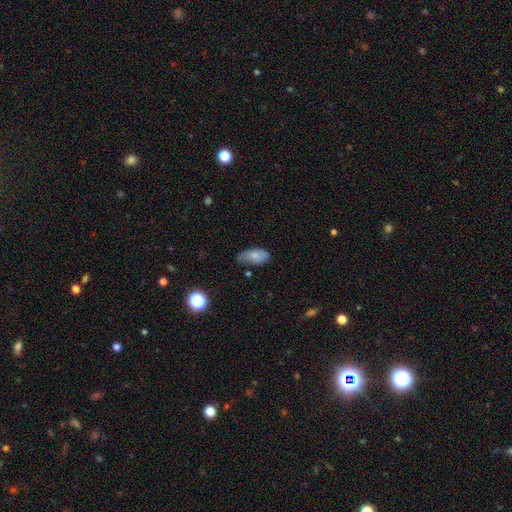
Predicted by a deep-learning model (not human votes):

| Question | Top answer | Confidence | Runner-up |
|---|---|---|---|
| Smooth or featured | smooth | 75% | featured or disk (16%) |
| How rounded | in between | 92% | cigar-shaped (4%) |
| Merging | none | 52% | minor disturbance (37%) |